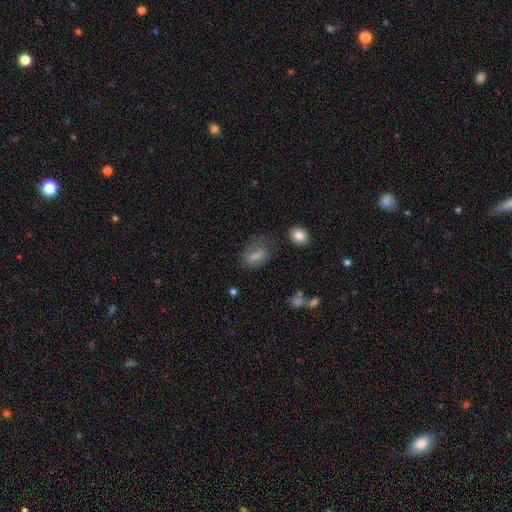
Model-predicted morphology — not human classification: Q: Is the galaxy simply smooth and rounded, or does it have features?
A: smooth — 71%.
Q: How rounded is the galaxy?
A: in between — 75%.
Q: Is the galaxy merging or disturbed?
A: none — 57%.